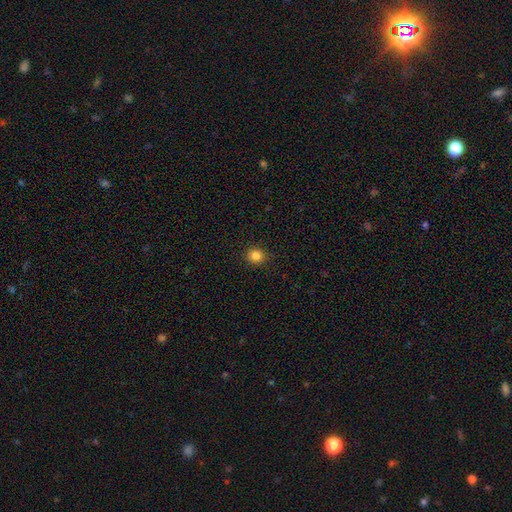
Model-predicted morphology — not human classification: A smooth galaxy with no disk features (85%) that is round (89%).

Vote fractions:
- Smooth or featured? smooth: 85% / star or artifact: 12% / featured or disk: 4%
- How rounded? round: 89% / in between: 10% / cigar-shaped: 1%
- Merging? none: 91% / minor disturbance: 6% / major disturbance: 2% / merger: 1%